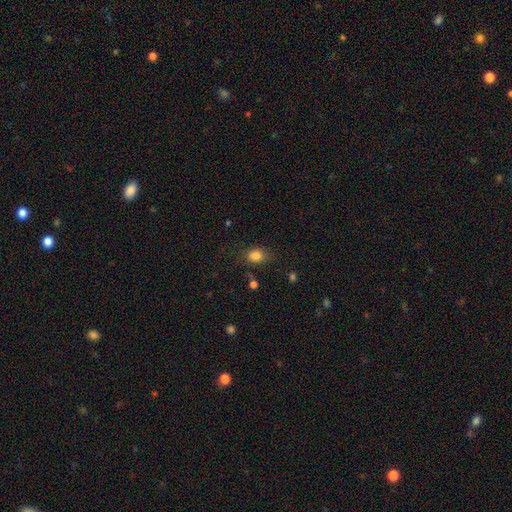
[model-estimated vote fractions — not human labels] Morphology: type=smooth (82%); roundness=in between (60%); merging=none (69%).